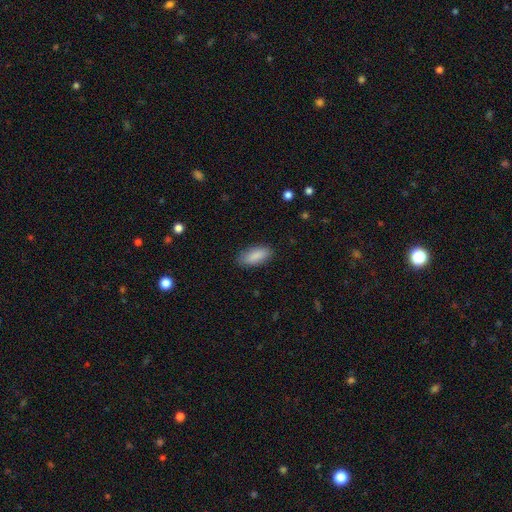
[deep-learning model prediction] A smooth galaxy with no disk features (88%) that is in between round and cigar-shaped (82%).

Vote fractions:
- Smooth or featured? smooth: 88% / star or artifact: 6% / featured or disk: 6%
- How rounded? in between: 82% / cigar-shaped: 16% / round: 2%
- Merging? none: 84% / minor disturbance: 12% / major disturbance: 3% / merger: 1%